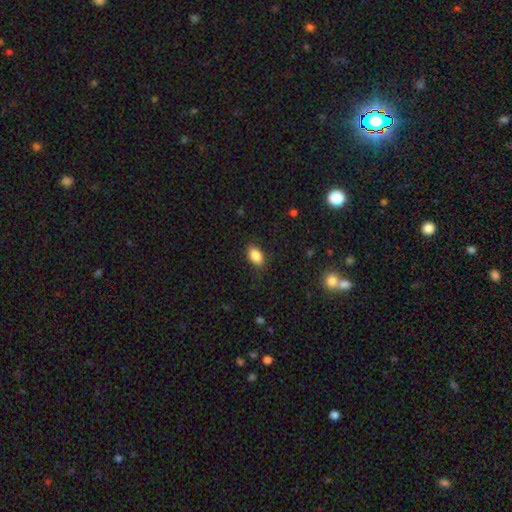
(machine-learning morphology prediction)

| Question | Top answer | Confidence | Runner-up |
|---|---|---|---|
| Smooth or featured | smooth | 87% | star or artifact (8%) |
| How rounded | in between | 89% | round (10%) |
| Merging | none | 84% | minor disturbance (12%) |